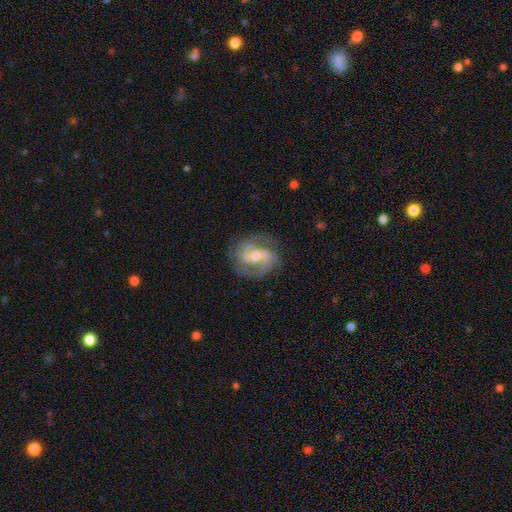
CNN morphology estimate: A featured or disk galaxy (86%) with a weak bar (47%), 2 (71%) medium (52%) spiral arms (96%) and a moderate central bulge (49%). Merging: none (76%).